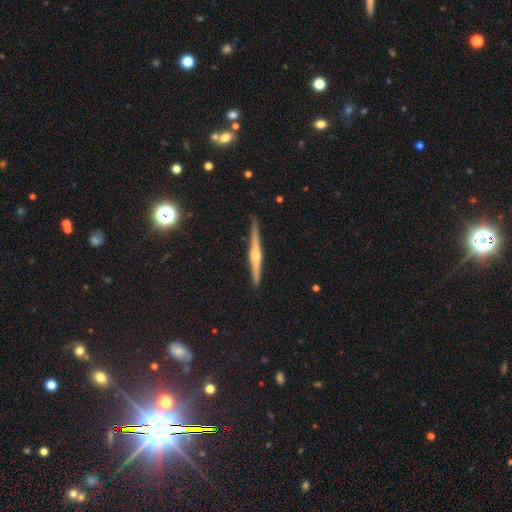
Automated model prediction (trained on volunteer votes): featured or disk 79%, smooth 15%, star or artifact 6%. Down the decision tree: edge-on disk — yes (98%); edge-on bulge — rounded (83%); merging — none (89%).